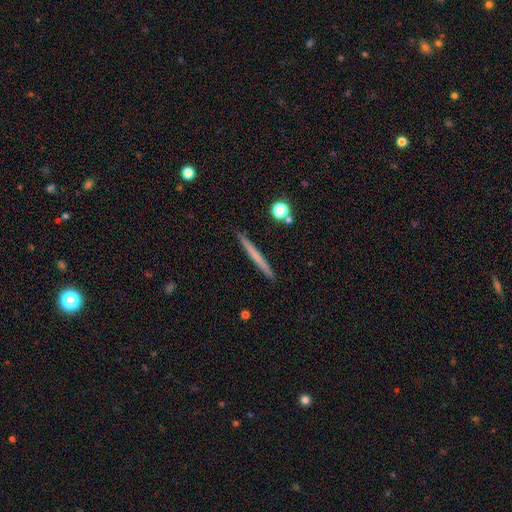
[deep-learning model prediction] smooth_or_featured: smooth (p=0.57) [alt: featured or disk p=0.36]
how_rounded: cigar-shaped (p=0.97) [alt: in between p=0.02]
merging: none (p=0.91) [alt: minor disturbance p=0.06]